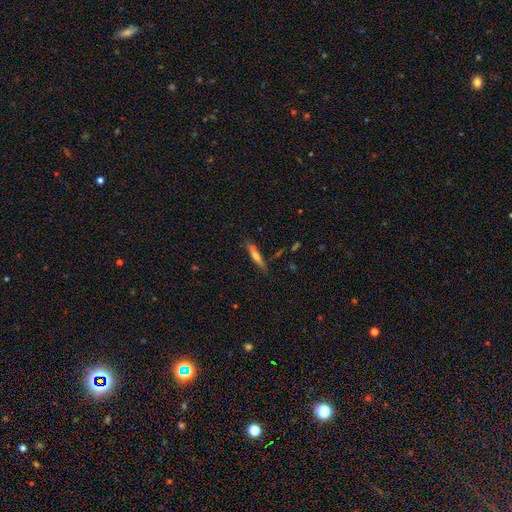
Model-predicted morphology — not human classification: A smooth galaxy with no disk features (54%) that is cigar-shaped (87%). Merging: none (79%).